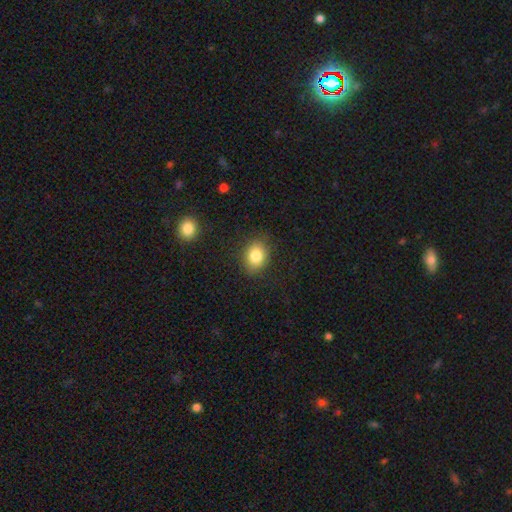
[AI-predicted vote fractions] Smooth or featured? smooth (82%)
How rounded? in between (58%)
Merging? none (84%)